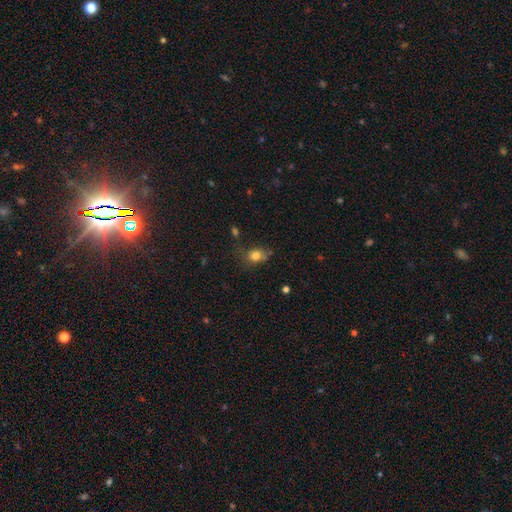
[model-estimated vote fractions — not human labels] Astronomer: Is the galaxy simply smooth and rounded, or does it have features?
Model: smooth — 79%.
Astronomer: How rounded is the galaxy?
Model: in between — 51% (runner-up: round, 47%).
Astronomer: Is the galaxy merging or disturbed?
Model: none — 50% (runner-up: minor disturbance, 29%).